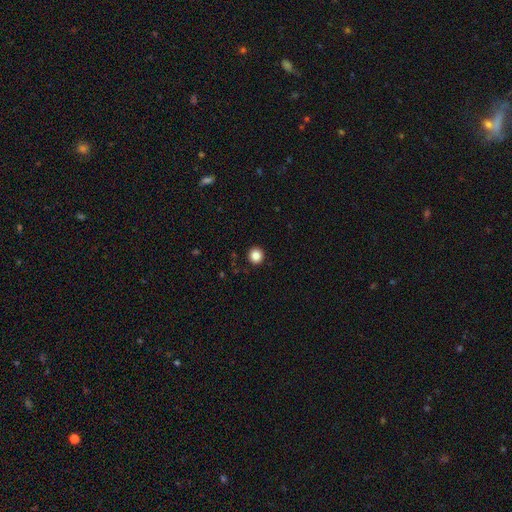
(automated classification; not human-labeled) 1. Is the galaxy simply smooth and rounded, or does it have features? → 86% smooth, 11% star or artifact, 4% featured or disk.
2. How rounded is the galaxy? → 94% round, 5% in between, 1% cigar-shaped.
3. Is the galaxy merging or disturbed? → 93% none, 5% minor disturbance, 2% major disturbance, 1% merger.